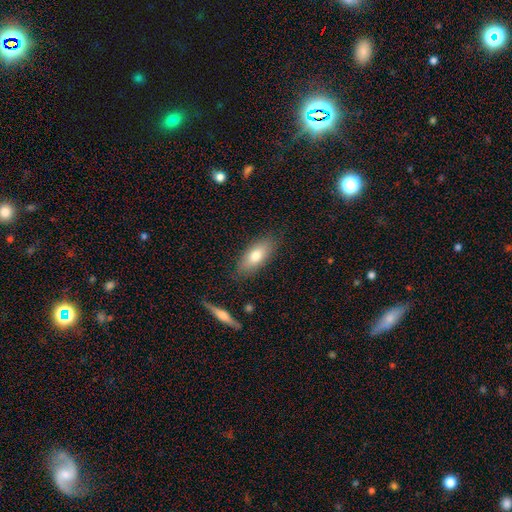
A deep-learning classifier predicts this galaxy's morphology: Smooth or featured: smooth — 73% (featured or disk — 20%)
How rounded: in between — 79% (cigar-shaped — 18%)
Merging: none — 83% (minor disturbance — 12%)